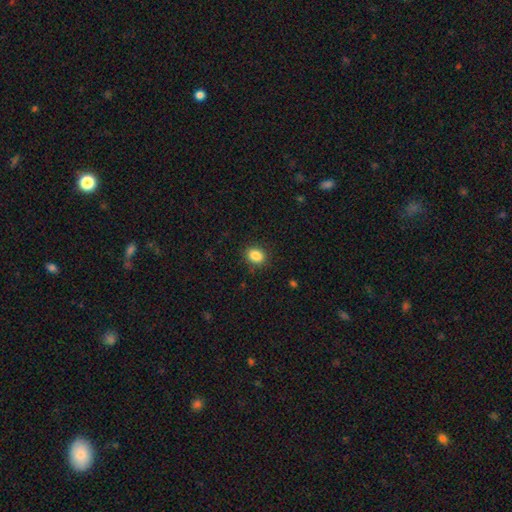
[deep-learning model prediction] Morphology: type=smooth (87%); roundness=in between (54%); merging=none (87%).